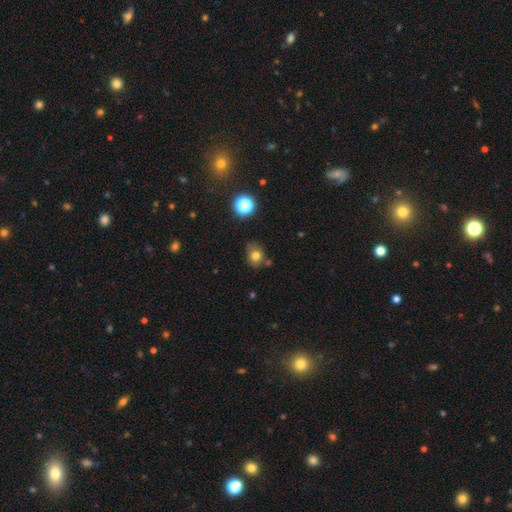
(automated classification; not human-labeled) Smooth or featured: smooth — 74% (star or artifact — 14%)
How rounded: round — 53% (in between — 46%)
Merging: none — 62% (minor disturbance — 24%)